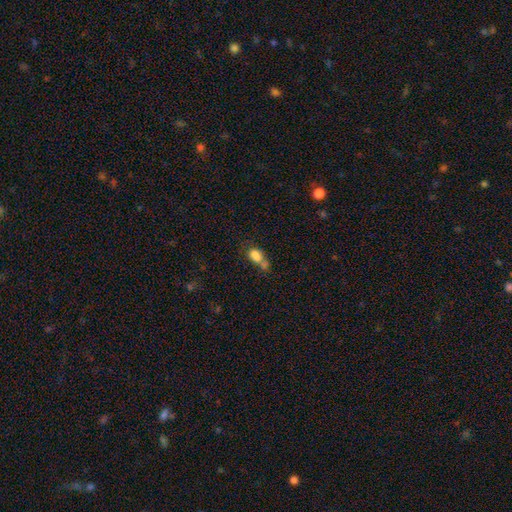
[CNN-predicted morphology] A smooth galaxy with no disk features (77%) that is in between round and cigar-shaped (68%).

Vote fractions:
- Smooth or featured? smooth: 77% / featured or disk: 12% / star or artifact: 11%
- How rounded? in between: 68% / round: 28% / cigar-shaped: 3%
- Merging? merger: 54% / none: 24% / minor disturbance: 12% / major disturbance: 9%